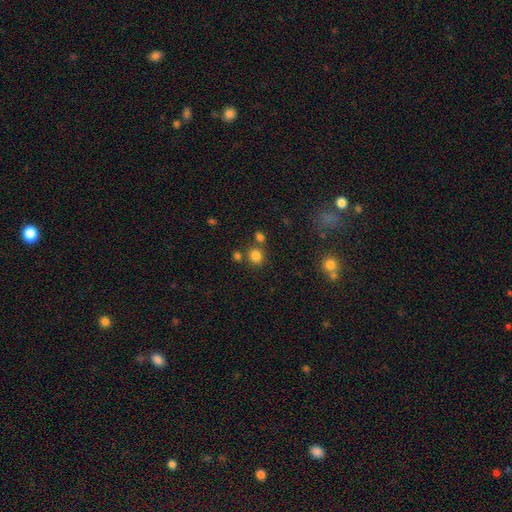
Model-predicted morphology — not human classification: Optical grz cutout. It shows a smooth galaxy with no disk features (81%) that is round (78%). Merging: none (71%).